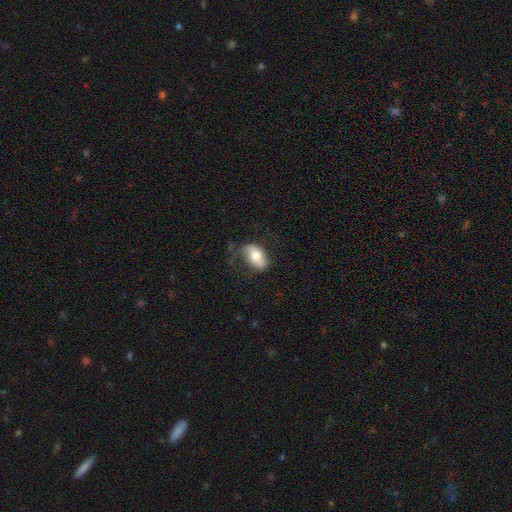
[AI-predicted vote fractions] Smooth or featured?
  - smooth: 58% *
  - featured or disk: 35%
  - star or artifact: 7%
How rounded?
  - in between: 89% *
  - round: 9%
  - cigar-shaped: 2%
Merging?
  - none: 60% *
  - minor disturbance: 25%
  - major disturbance: 12%
  - merger: 2%